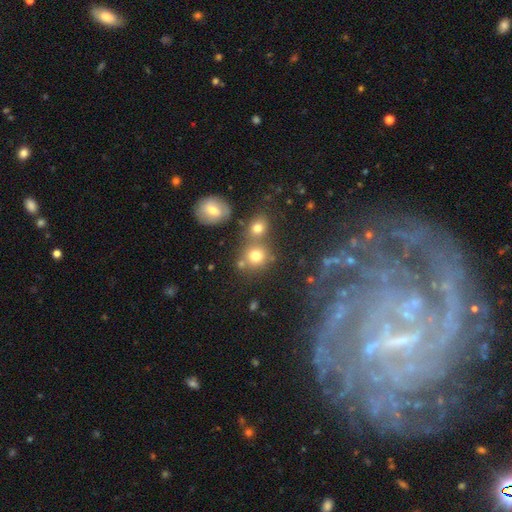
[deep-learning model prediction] Smooth or featured?
  - smooth: 74% *
  - star or artifact: 15%
  - featured or disk: 11%
How rounded?
  - round: 83% *
  - in between: 16%
  - cigar-shaped: 1%
Merging?
  - none: 58% *
  - merger: 28%
  - minor disturbance: 10%
  - major disturbance: 5%